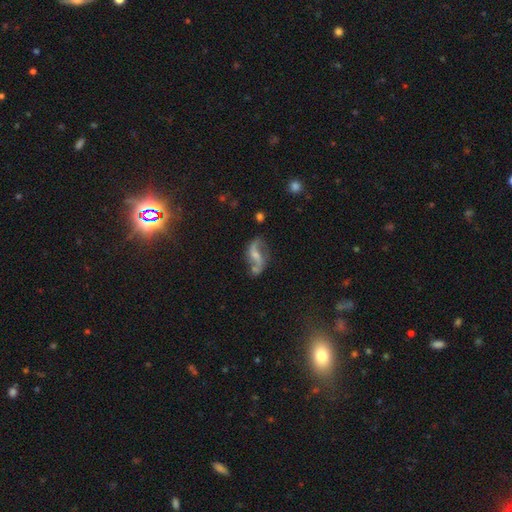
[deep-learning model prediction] smooth_or_featured: featured or disk (p=0.80) [alt: smooth p=0.12]
disk_edge_on: no (p=0.96) [alt: yes p=0.04]
bar: weak (p=0.42) [alt: no p=0.38]
has_spiral_arms: yes (p=0.91) [alt: no p=0.09]
spiral_winding: loose (p=0.82) [alt: medium p=0.14]
spiral_arm_count: 2 (p=0.91) [alt: 1 p=0.03]
bulge_size: small (p=0.45) [alt: moderate p=0.31]
merging: none (p=0.59) [alt: minor disturbance p=0.19]